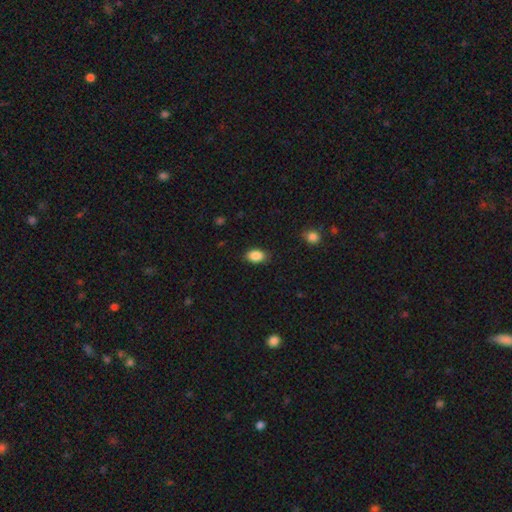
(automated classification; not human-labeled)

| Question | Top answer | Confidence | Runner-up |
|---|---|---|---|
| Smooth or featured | smooth | 88% | star or artifact (8%) |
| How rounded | in between | 86% | round (13%) |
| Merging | none | 83% | minor disturbance (13%) |